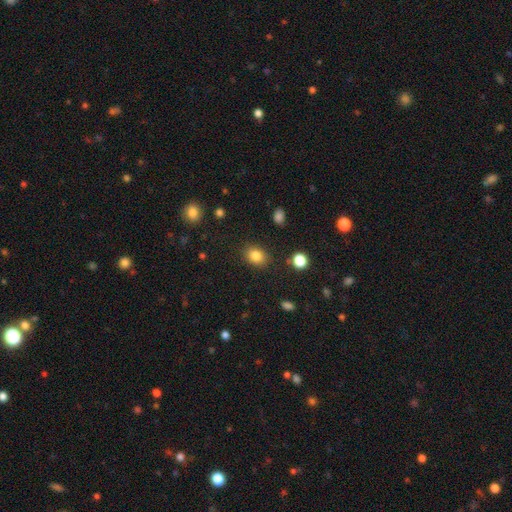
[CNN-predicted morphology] The model was most divided on "how rounded": in between: 60%, round: 39%, cigar-shaped: 1%. More confident: merging — none (86%); smooth or featured — smooth (84%).